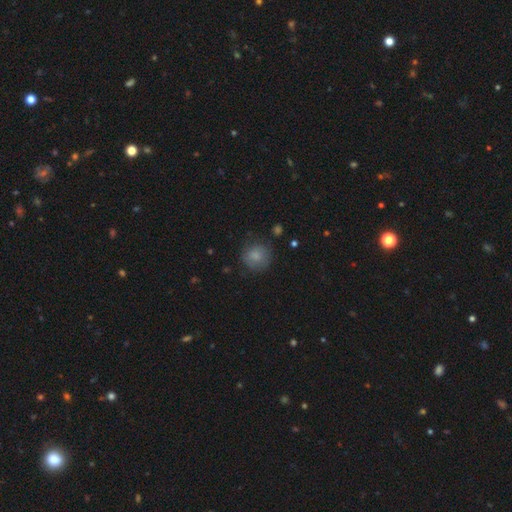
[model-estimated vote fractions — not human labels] A smooth galaxy with no disk features (81%) that is round (87%).

Vote fractions:
- Smooth or featured? smooth: 81% / featured or disk: 10% / star or artifact: 9%
- How rounded? round: 87% / in between: 12% / cigar-shaped: 1%
- Merging? none: 73% / minor disturbance: 19% / major disturbance: 7% / merger: 2%